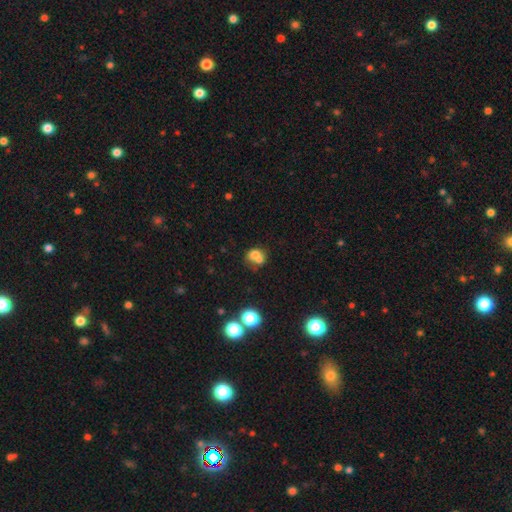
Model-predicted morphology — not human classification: smooth-or-featured: smooth: 68% | featured or disk: 18% | star or artifact: 14%
  how-rounded: round: 64% | in between: 35% | cigar-shaped: 1%
  merging: merger: 56% | none: 30% | minor disturbance: 9% | major disturbance: 5%